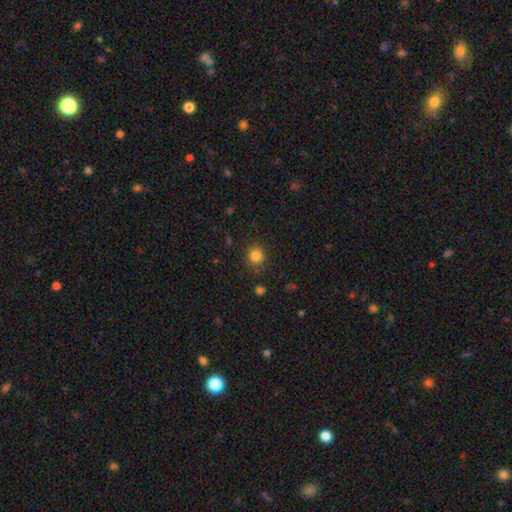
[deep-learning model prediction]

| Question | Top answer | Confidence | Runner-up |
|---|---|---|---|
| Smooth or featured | smooth | 83% | star or artifact (13%) |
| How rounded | round | 86% | in between (13%) |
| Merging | none | 86% | minor disturbance (9%) |